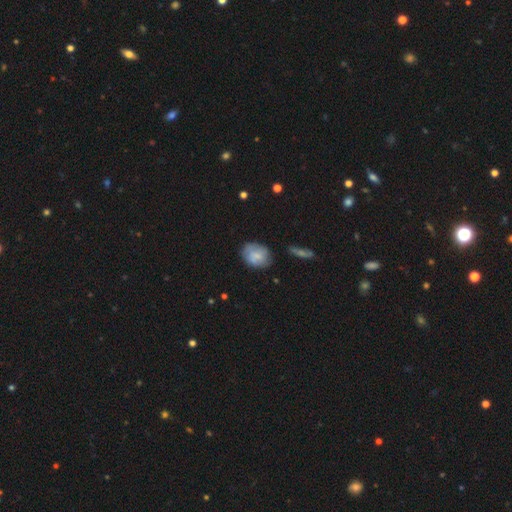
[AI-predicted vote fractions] The model was most divided on "how rounded": in between: 58%, round: 40%, cigar-shaped: 1%. More confident: merging — none (67%); smooth or featured — smooth (64%).